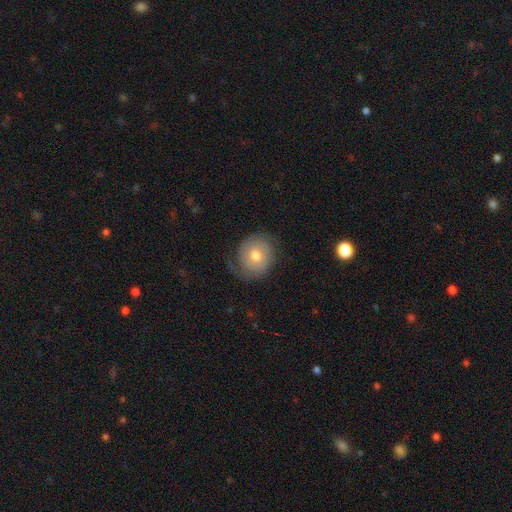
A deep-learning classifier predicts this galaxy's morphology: The model was most divided on "smooth or featured": featured or disk: 48%, smooth: 44%, star or artifact: 8%. More confident: merging — none (64%).